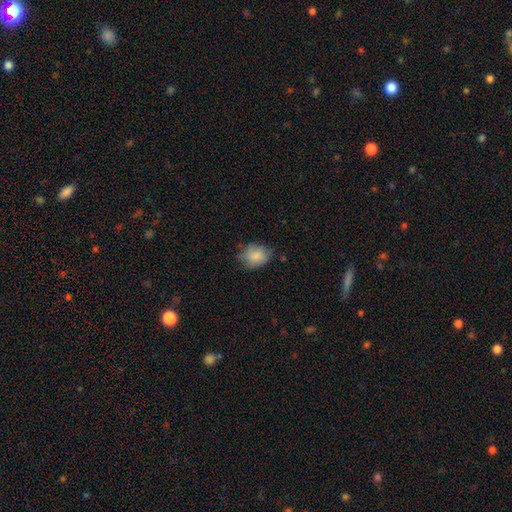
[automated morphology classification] Smooth or featured?
  - smooth: 82% *
  - featured or disk: 10%
  - star or artifact: 8%
How rounded?
  - in between: 51% *
  - round: 48%
  - cigar-shaped: 1%
Merging?
  - none: 61% *
  - minor disturbance: 30%
  - major disturbance: 7%
  - merger: 2%